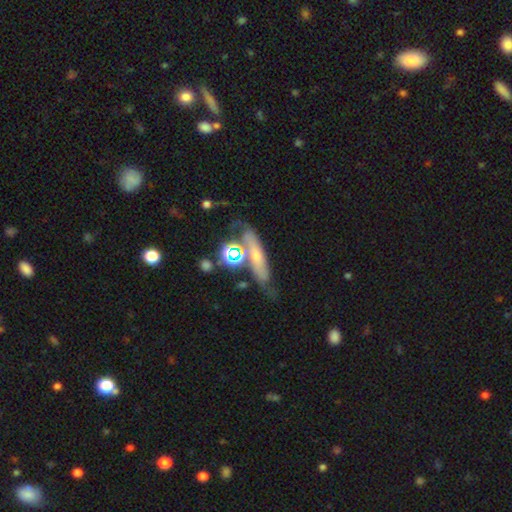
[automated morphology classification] Smooth or featured?
  - featured or disk: 45% *
  - smooth: 42%
  - star or artifact: 13%
Merging?
  - none: 46% *
  - minor disturbance: 23%
  - merger: 15%
  - major disturbance: 15%